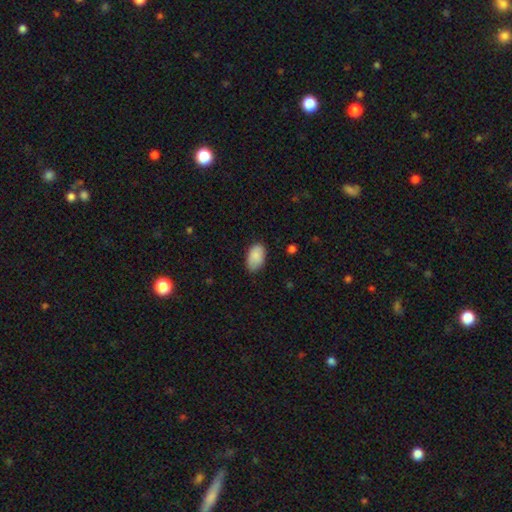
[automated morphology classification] This appears to be a smooth galaxy with no disk features (88%) that is in between round and cigar-shaped (94%). Merging: none (78%).